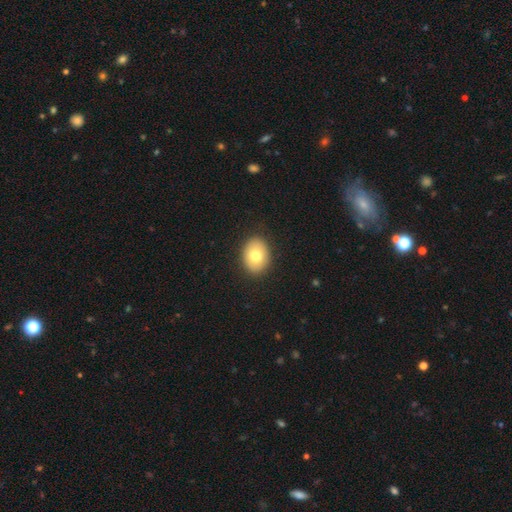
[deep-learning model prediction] This is likely a smooth galaxy (74%). How rounded: likely in between (61%). Merging: clearly none (89%).